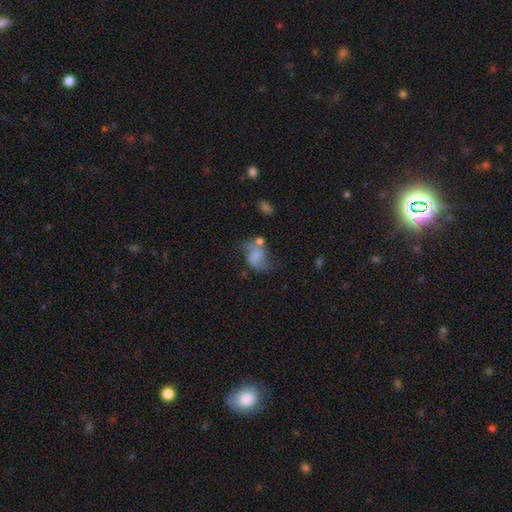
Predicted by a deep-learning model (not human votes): Smooth or featured?
  - smooth: 48% *
  - featured or disk: 40%
  - star or artifact: 12%
Merging?
  - none: 34% *
  - minor disturbance: 25%
  - major disturbance: 24%
  - merger: 17%